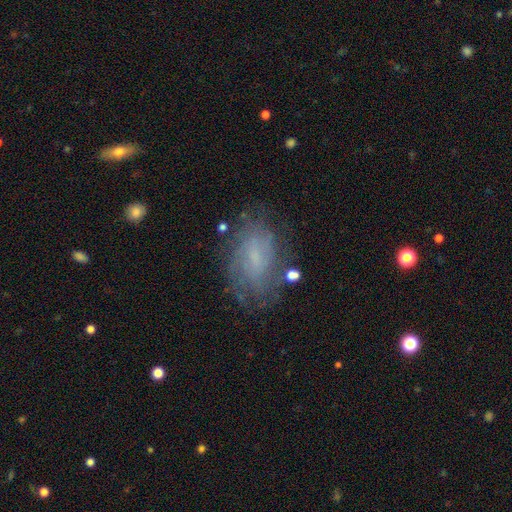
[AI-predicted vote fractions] Smooth or featured?
  - featured or disk: 56% *
  - smooth: 33%
  - star or artifact: 11%
Edge-on disk?
  - no: 95% *
  - yes: 5%
Bar?
  - no: 52% *
  - weak: 41%
  - strong: 8%
Spiral arms?
  - yes: 74% *
  - no: 26%
Bulge size?
  - small: 52% *
  - none: 28%
  - moderate: 17%
  - large: 3%
  - dominant: 1%
Merging?
  - none: 67% *
  - minor disturbance: 20%
  - major disturbance: 10%
  - merger: 3%